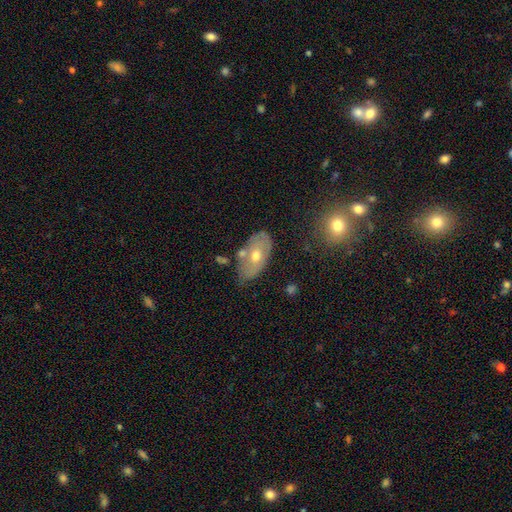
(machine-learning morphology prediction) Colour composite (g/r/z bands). It shows a smooth galaxy with no disk features (47%). Merging: none (57%).